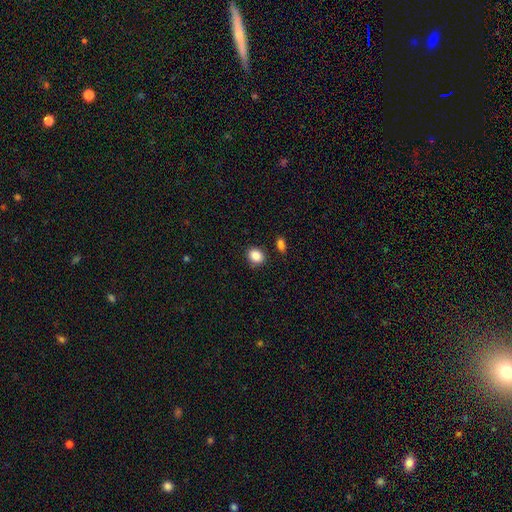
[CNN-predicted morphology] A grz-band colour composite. It shows a smooth galaxy with no disk features (86%) that is round (59%). Merging: none (83%).